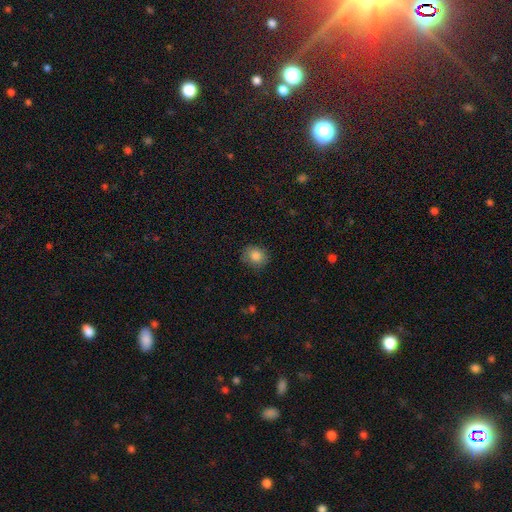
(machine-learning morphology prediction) This is clearly a smooth galaxy (84%). How rounded: likely round (71%). Merging: clearly none (83%).